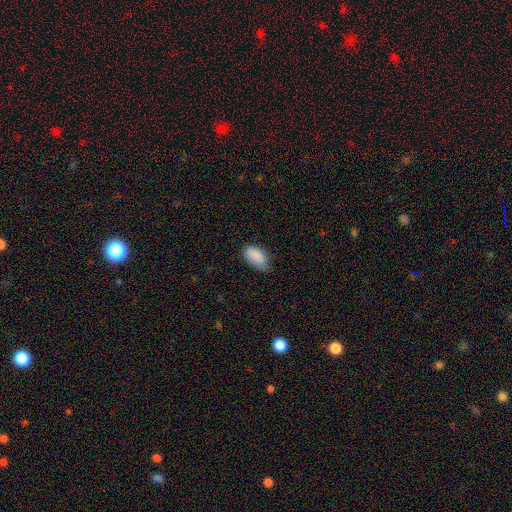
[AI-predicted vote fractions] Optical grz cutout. It shows a smooth galaxy with no disk features (89%) that is in between round and cigar-shaped (94%). Merging: none (70%).